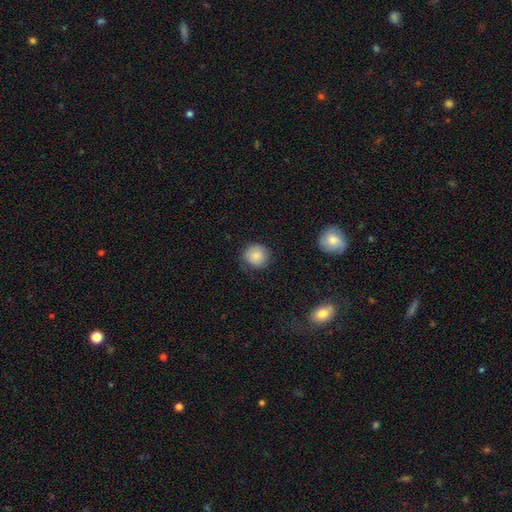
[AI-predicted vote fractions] A smooth galaxy with no disk features (84%) that is round (90%). Merging: none (81%).